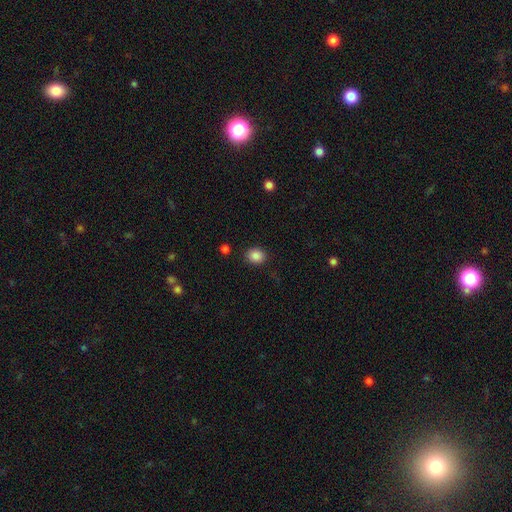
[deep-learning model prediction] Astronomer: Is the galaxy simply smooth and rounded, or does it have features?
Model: smooth — 87%.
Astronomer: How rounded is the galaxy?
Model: round — 63%.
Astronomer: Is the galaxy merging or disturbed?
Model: none — 87%.